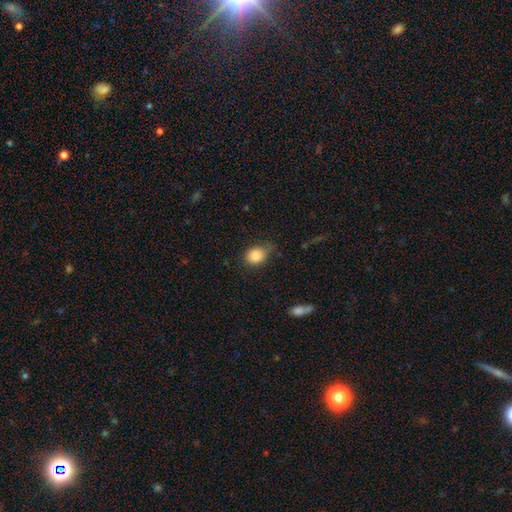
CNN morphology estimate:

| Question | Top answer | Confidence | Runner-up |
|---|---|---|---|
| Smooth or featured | smooth | 86% | star or artifact (9%) |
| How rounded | in between | 50% | round (49%) |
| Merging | none | 58% | minor disturbance (31%) |